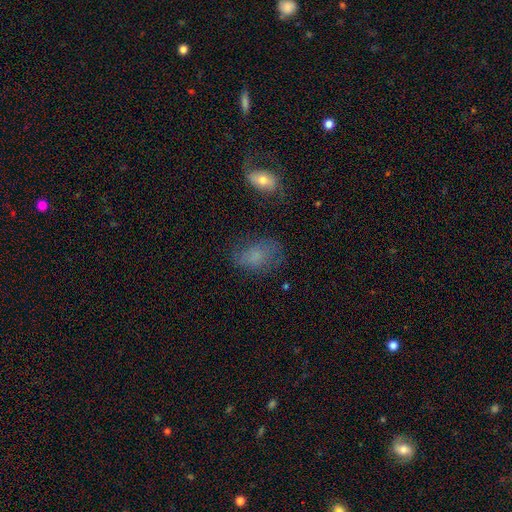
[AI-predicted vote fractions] smooth 65%, featured or disk 22%, star or artifact 13%. Down the decision tree: how rounded — in between (82%); merging — none (54%).